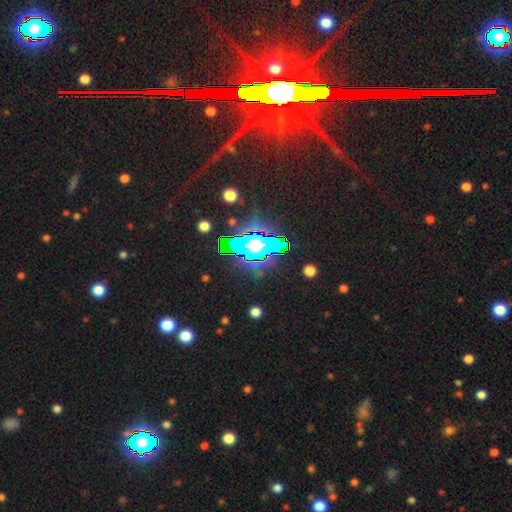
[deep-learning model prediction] Q: Smooth or featured?
A: star or artifact (80%); runner-up: featured or disk (12%)